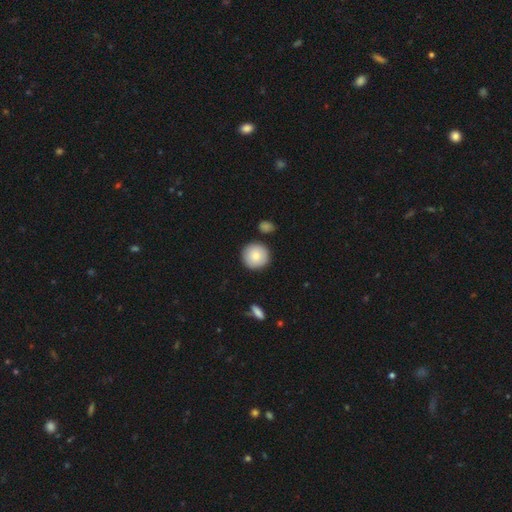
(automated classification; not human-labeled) This is clearly a smooth galaxy (83%). How rounded: clearly round (94%). Merging: clearly none (88%).